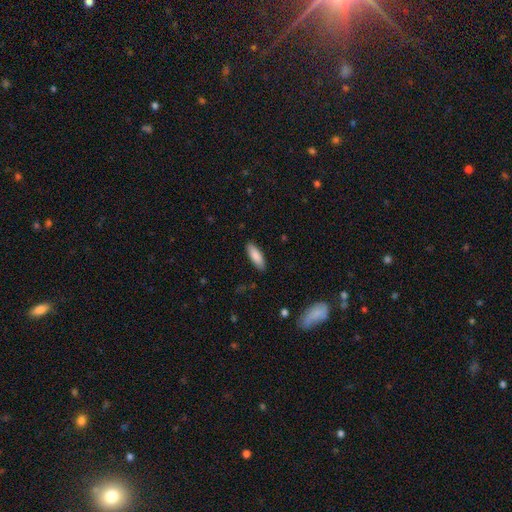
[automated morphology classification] Smooth or featured? Predicted: smooth (p=0.86). How rounded? Predicted: in between (p=0.60). Merging? Predicted: none (p=0.87).